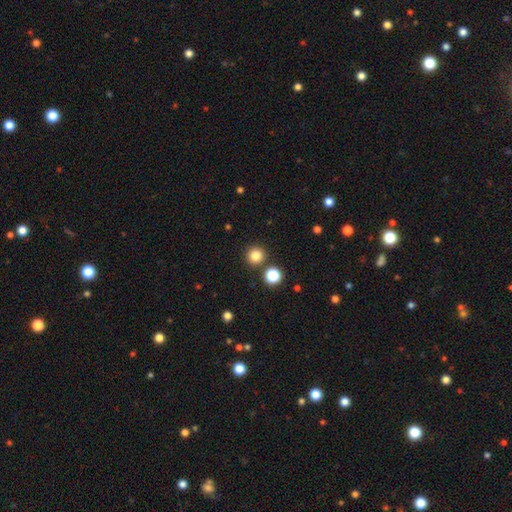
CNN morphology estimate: Q: Smooth or featured?
A: smooth (82%); runner-up: star or artifact (13%)
Q: How rounded?
A: round (95%); runner-up: in between (4%)
Q: Merging?
A: none (87%); runner-up: merger (5%)